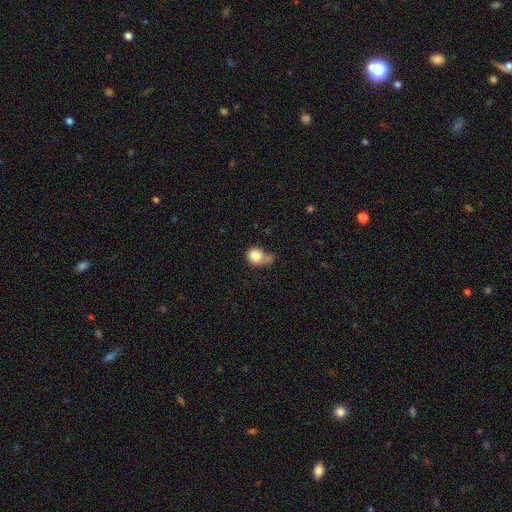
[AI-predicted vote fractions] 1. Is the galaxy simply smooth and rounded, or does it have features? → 81% smooth, 10% featured or disk, 9% star or artifact.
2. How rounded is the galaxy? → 72% round, 27% in between, 1% cigar-shaped.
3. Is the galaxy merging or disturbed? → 33% none, 28% minor disturbance, 21% major disturbance, 18% merger.